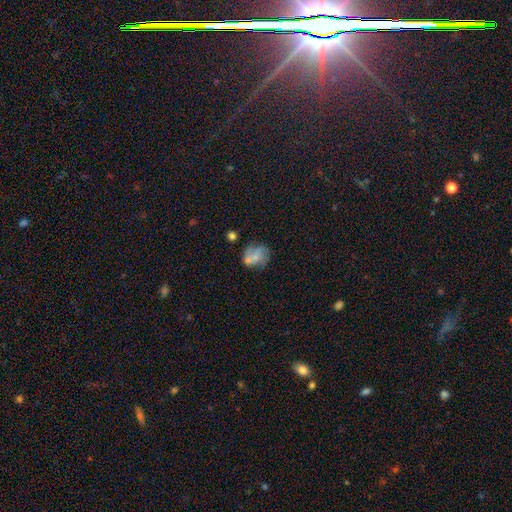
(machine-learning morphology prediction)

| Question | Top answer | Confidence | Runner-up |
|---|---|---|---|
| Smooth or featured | smooth | 51% | featured or disk (39%) |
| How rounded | round | 55% | in between (44%) |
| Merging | none | 47% | minor disturbance (24%) |